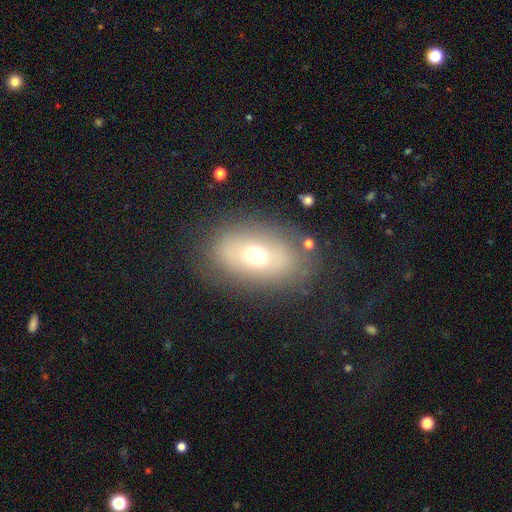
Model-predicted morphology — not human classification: A smooth galaxy with no disk features (62%) that is in between round and cigar-shaped (81%).

Vote fractions:
- Smooth or featured? smooth: 62% / featured or disk: 26% / star or artifact: 12%
- How rounded? in between: 81% / round: 18% / cigar-shaped: 2%
- Merging? none: 77% / minor disturbance: 14% / major disturbance: 7% / merger: 2%